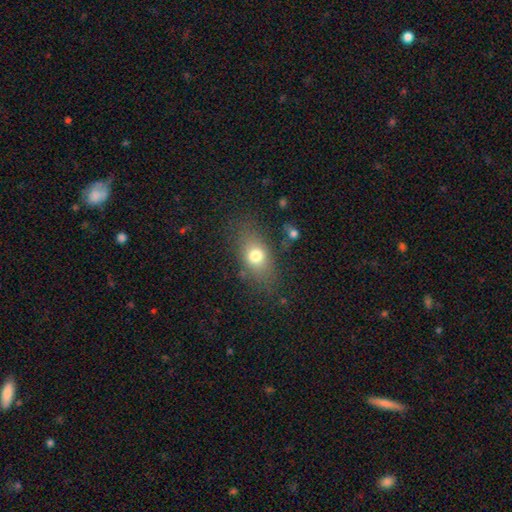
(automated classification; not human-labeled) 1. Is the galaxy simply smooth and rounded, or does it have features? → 73% smooth, 16% featured or disk, 12% star or artifact.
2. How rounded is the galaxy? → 70% in between, 24% round, 6% cigar-shaped.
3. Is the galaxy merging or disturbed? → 74% none, 15% minor disturbance, 8% major disturbance, 3% merger.